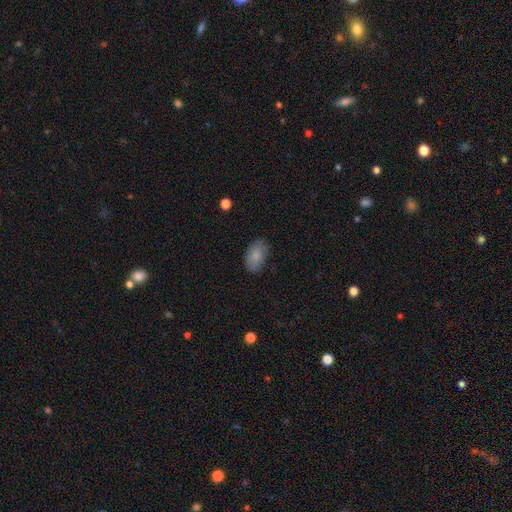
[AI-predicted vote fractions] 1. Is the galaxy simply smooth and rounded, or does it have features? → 83% smooth, 10% featured or disk, 7% star or artifact.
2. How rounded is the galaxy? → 91% in between, 8% round, 1% cigar-shaped.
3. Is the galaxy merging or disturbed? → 81% none, 15% minor disturbance, 3% major disturbance, 1% merger.